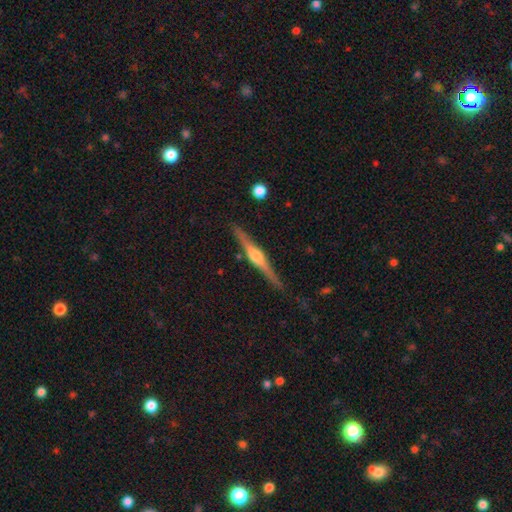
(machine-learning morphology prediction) A featured or disk galaxy (79%) viewed edge-on (98%) with a rounded central bulge (86%).

Vote fractions:
- Smooth or featured? featured or disk: 79% / smooth: 16% / star or artifact: 5%
- Edge-on disk? yes: 98% / no: 2%
- Edge-on bulge? rounded: 86% / boxy: 9% / none: 5%
- Merging? none: 88% / minor disturbance: 9% / major disturbance: 2% / merger: 1%